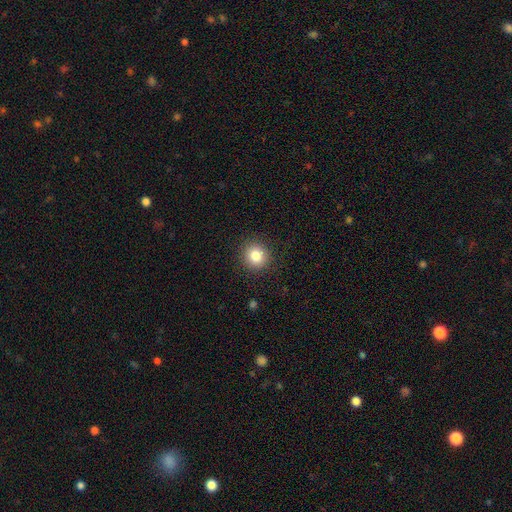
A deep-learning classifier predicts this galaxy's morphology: smooth-or-featured: smooth: 82% | star or artifact: 11% | featured or disk: 7%
  how-rounded: round: 92% | in between: 7% | cigar-shaped: 1%
  merging: none: 91% | minor disturbance: 6% | major disturbance: 2% | merger: 1%